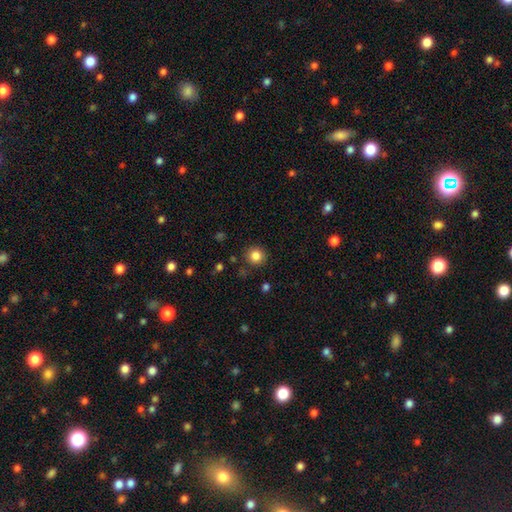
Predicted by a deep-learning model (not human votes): Smooth or featured? smooth (84%)
How rounded? round (92%)
Merging? none (89%)